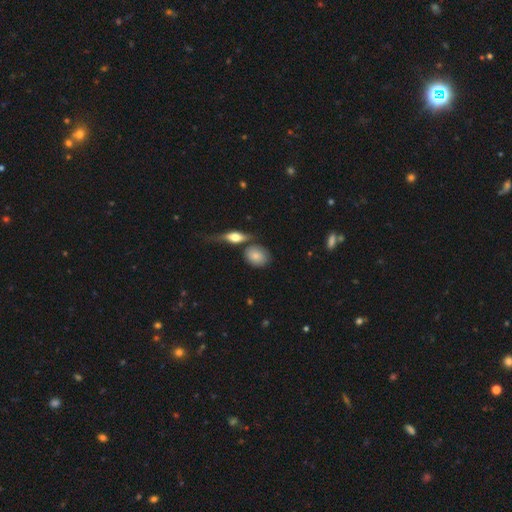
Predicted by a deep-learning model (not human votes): Smooth or featured? Predicted: smooth (p=0.74). How rounded? Predicted: round (p=0.54). Merging? Predicted: none (p=0.61).